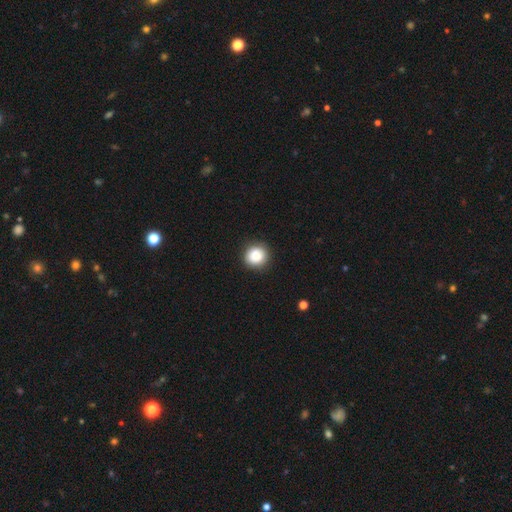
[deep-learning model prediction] Morphology: type=smooth (87%); roundness=round (92%); merging=none (88%).